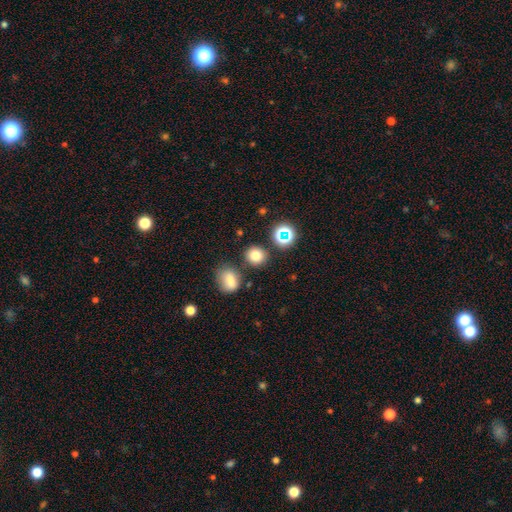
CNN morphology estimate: A smooth galaxy with no disk features (77%) that is round (79%). Merging: none (80%).